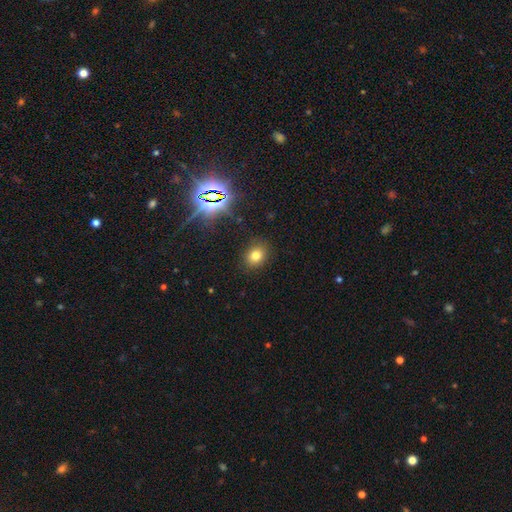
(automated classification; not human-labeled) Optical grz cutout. It shows a smooth galaxy with no disk features (72%) that is round (54%). Merging: none (87%).